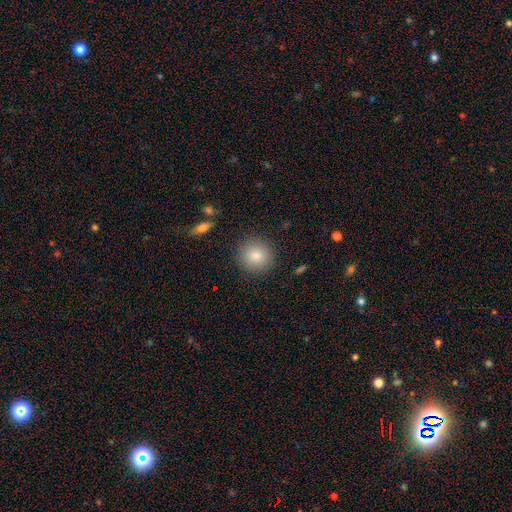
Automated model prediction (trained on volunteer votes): Smooth or featured?
  - smooth: 84% *
  - star or artifact: 9%
  - featured or disk: 7%
How rounded?
  - round: 92% *
  - in between: 7%
  - cigar-shaped: 1%
Merging?
  - none: 89% *
  - minor disturbance: 7%
  - major disturbance: 3%
  - merger: 1%